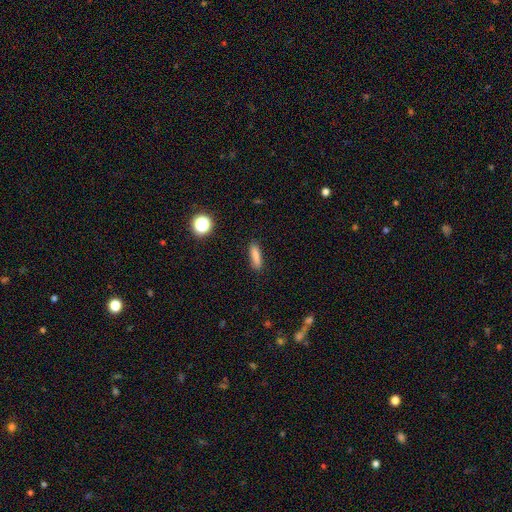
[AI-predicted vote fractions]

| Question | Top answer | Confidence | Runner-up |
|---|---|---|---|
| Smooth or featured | smooth | 83% | star or artifact (10%) |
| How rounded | cigar-shaped | 67% | in between (30%) |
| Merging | none | 86% | minor disturbance (10%) |